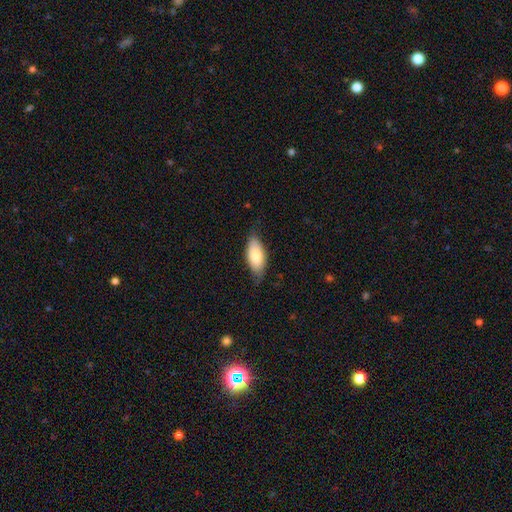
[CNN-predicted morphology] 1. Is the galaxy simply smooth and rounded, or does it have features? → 79% smooth, 15% featured or disk, 6% star or artifact.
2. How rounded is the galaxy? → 88% in between, 10% cigar-shaped, 2% round.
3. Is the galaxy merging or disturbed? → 70% none, 25% minor disturbance, 4% major disturbance, 1% merger.